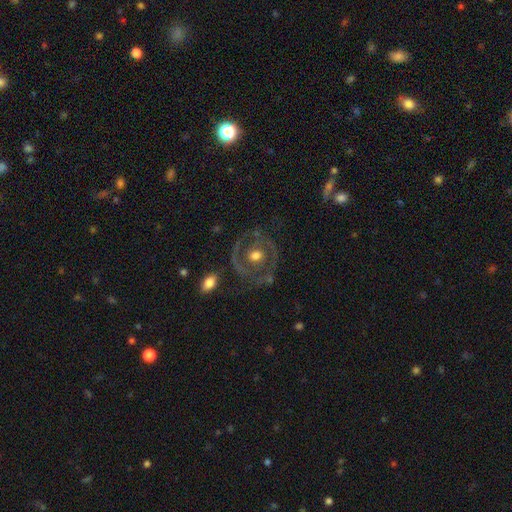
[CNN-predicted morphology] This appears to be a featured or disk galaxy (72%) with no bar (73%), spiral arms (59%) and a moderate central bulge (71%). Merging: none (71%).